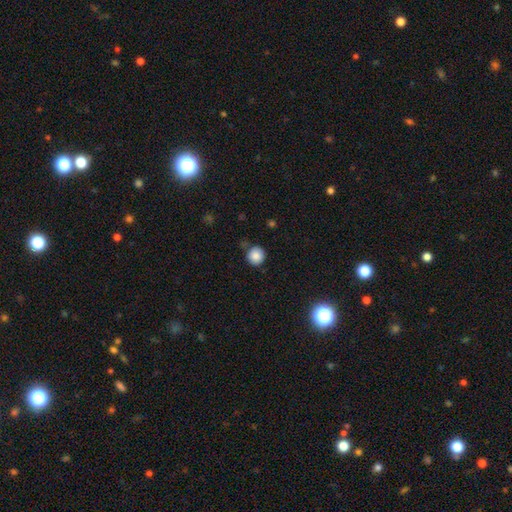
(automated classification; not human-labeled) smooth-or-featured: smooth: 87% | star or artifact: 9% | featured or disk: 4%
  how-rounded: round: 95% | in between: 4% | cigar-shaped: 1%
  merging: none: 83% | minor disturbance: 11% | merger: 3% | major disturbance: 3%